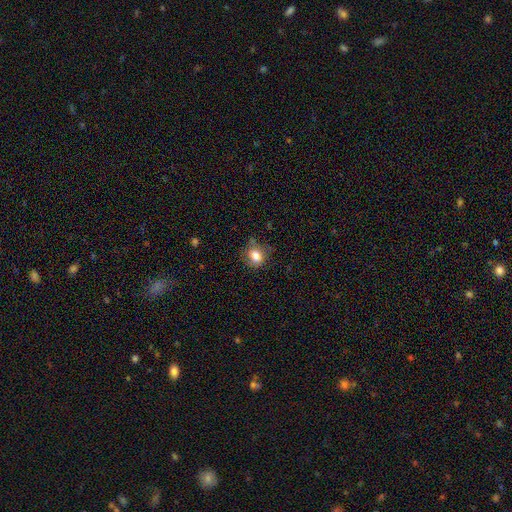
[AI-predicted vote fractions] Morphology: type=smooth (81%); roundness=round (66%); merging=none (73%).